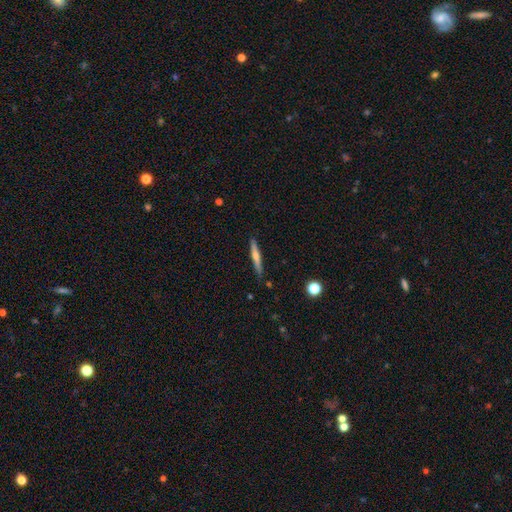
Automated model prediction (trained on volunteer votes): This appears to be a featured or disk galaxy (57%) viewed edge-on (97%) with a rounded central bulge (80%). Merging: none (88%).